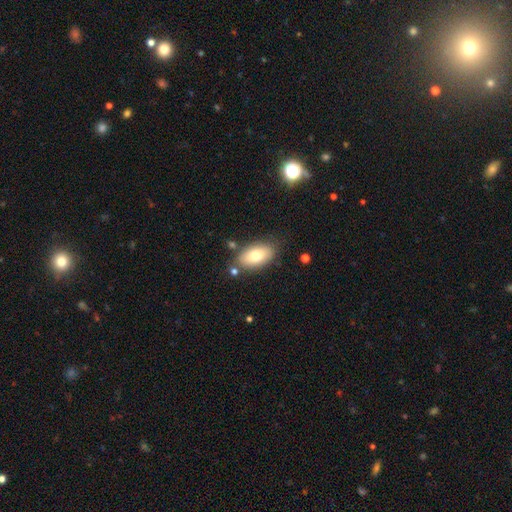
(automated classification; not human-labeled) Morphology: type=smooth (75%); roundness=in between (92%); merging=none (78%).